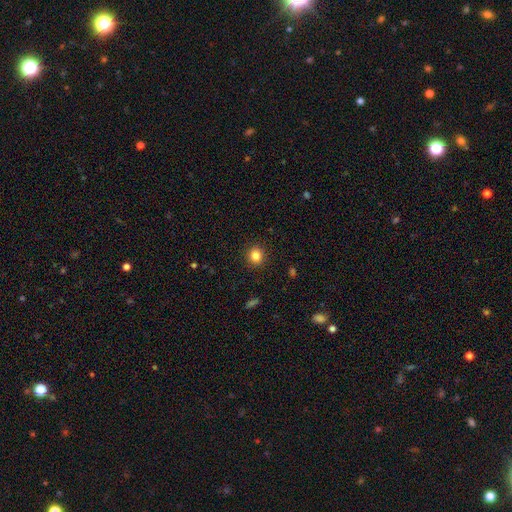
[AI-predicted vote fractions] Smooth or featured? Predicted: smooth (p=0.83). How rounded? Predicted: round (p=0.89). Merging? Predicted: none (p=0.92).